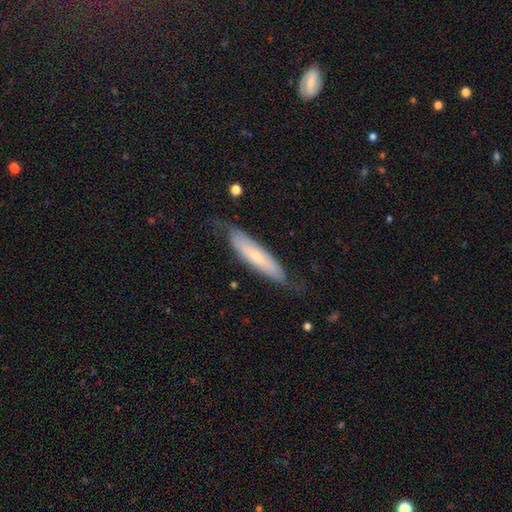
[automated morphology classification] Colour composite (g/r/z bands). It shows a featured or disk galaxy (48%). Merging: none (68%).